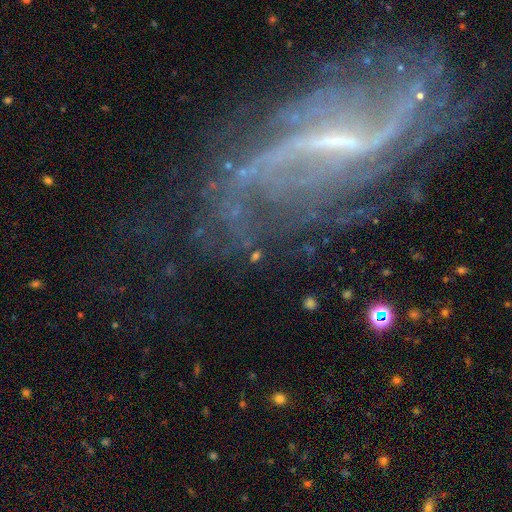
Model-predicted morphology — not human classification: Smooth or featured?
  - featured or disk: 54% *
  - star or artifact: 27%
  - smooth: 20%
Edge-on disk?
  - no: 93% *
  - yes: 7%
Bar?
  - no: 55% *
  - weak: 27%
  - strong: 19%
Spiral arms?
  - yes: 67% *
  - no: 33%
Bulge size?
  - small: 48% *
  - moderate: 23%
  - none: 21%
  - large: 5%
  - dominant: 3%
Merging?
  - none: 64% *
  - minor disturbance: 16%
  - major disturbance: 14%
  - merger: 5%